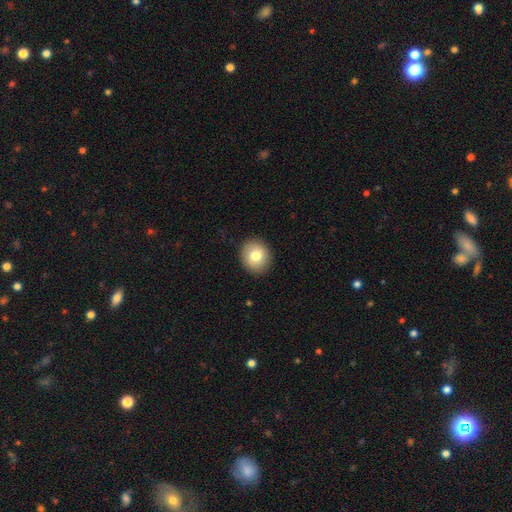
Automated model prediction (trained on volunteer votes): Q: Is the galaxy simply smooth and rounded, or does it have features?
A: smooth — 79%.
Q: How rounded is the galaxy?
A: round — 81%.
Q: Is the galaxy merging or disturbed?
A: none — 91%.